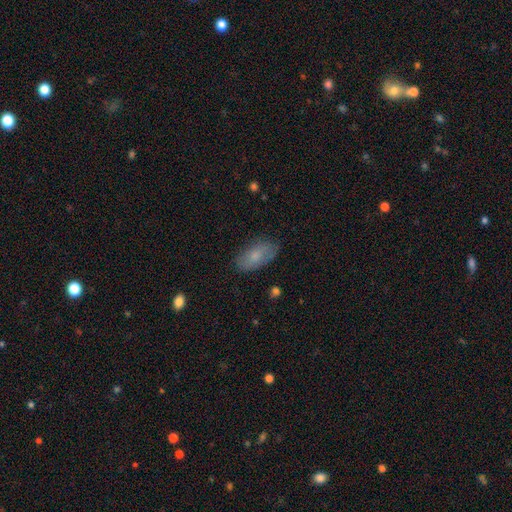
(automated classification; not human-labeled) Q: Smooth or featured?
A: smooth (74%); runner-up: featured or disk (19%)
Q: How rounded?
A: in between (92%); runner-up: cigar-shaped (5%)
Q: Merging?
A: none (78%); runner-up: minor disturbance (17%)